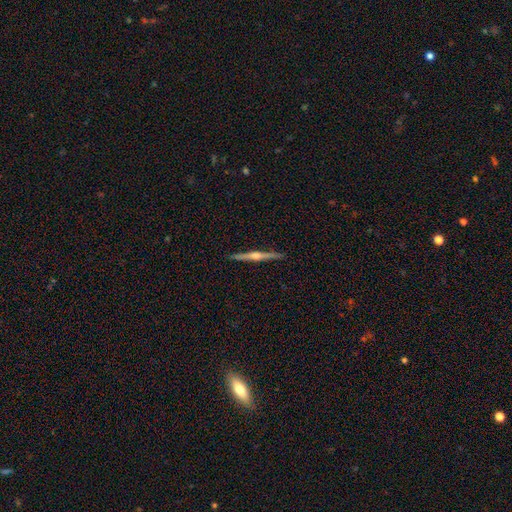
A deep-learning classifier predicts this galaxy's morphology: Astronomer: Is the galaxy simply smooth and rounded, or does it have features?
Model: featured or disk — 79%.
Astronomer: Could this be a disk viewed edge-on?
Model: yes — 99%.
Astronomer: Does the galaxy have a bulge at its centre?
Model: rounded — 89%.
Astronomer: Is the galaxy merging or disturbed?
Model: none — 92%.